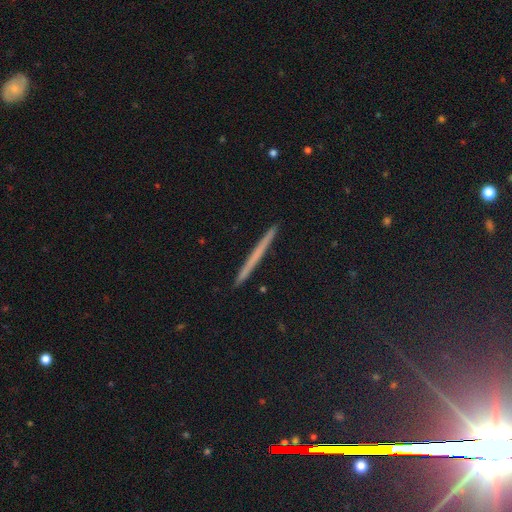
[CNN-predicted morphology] Smooth or featured? Predicted: smooth (p=0.45). Merging? Predicted: none (p=0.92).